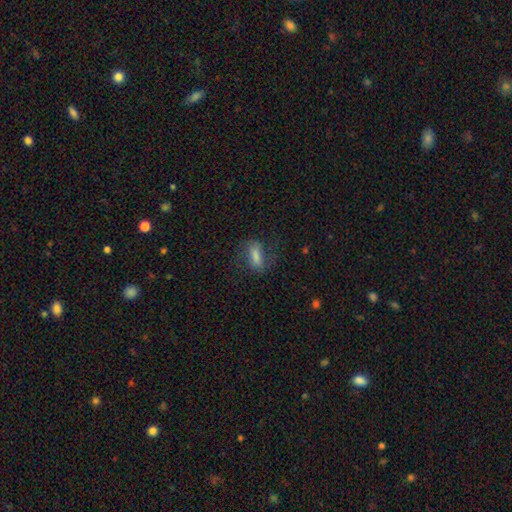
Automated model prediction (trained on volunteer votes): This is possibly a smooth galaxy (55%). How rounded: likely in between (73%). Merging: likely none (67%).